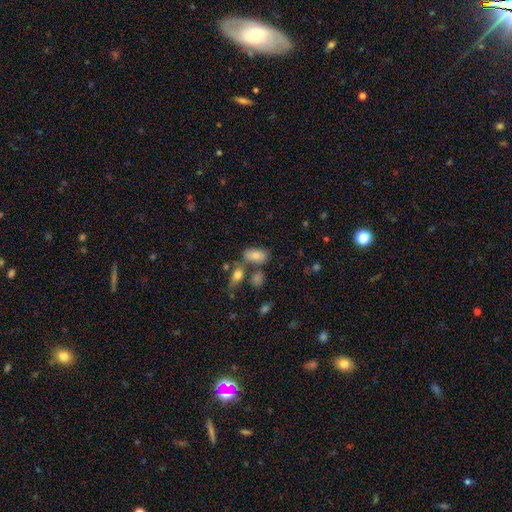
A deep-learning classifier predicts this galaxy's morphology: type=smooth (76%); roundness=in between (90%); merging=none (56%).